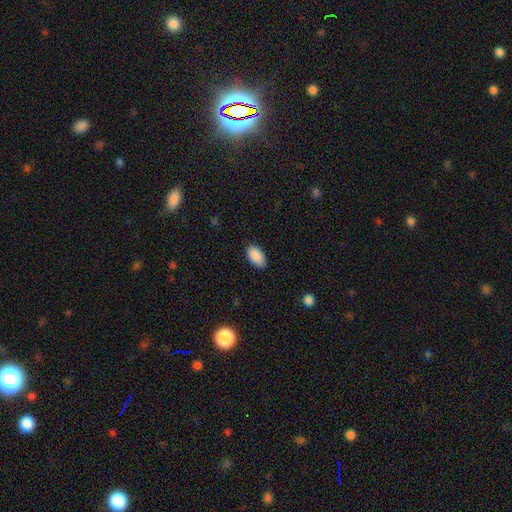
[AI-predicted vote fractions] A smooth galaxy with no disk features (90%) that is in between round and cigar-shaped (95%). Merging: none (86%).